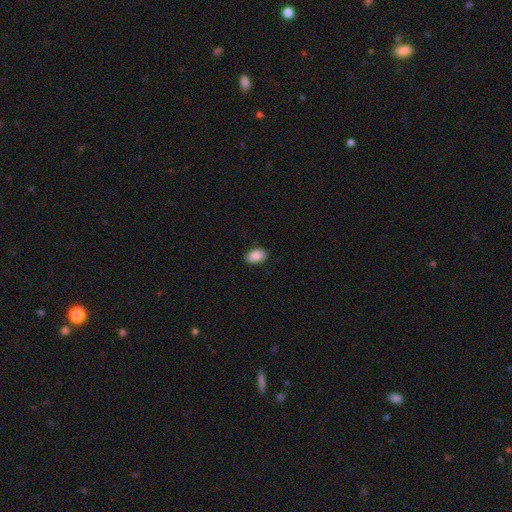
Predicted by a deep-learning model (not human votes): Smooth or featured? Predicted: smooth (p=0.89). How rounded? Predicted: in between (p=0.87). Merging? Predicted: none (p=0.88).